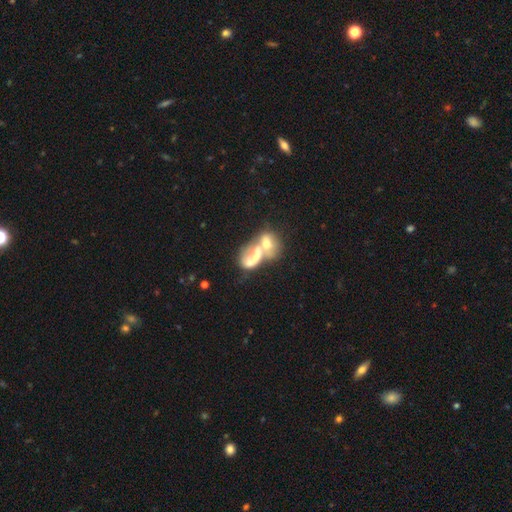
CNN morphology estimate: Overall: featured or disk (46%; smooth 44%). Merging: merger (79%).